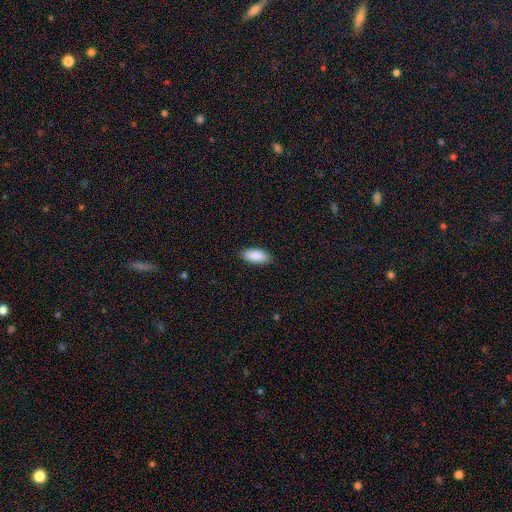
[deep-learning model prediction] Smooth or featured? smooth (91%)
How rounded? in between (91%)
Merging? none (89%)